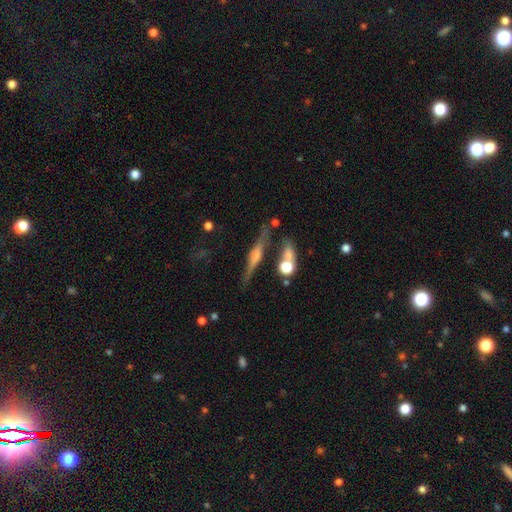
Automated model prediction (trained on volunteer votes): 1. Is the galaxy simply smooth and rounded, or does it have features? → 68% featured or disk, 24% smooth, 8% star or artifact.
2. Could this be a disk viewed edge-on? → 94% yes, 6% no.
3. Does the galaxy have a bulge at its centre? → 69% rounded, 21% boxy, 10% none.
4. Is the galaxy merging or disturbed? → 70% none, 15% minor disturbance, 9% merger, 6% major disturbance.